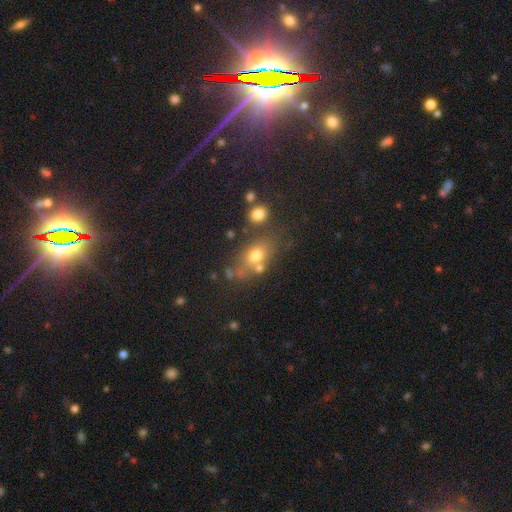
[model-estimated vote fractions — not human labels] Smooth or featured?
  - smooth: 67% *
  - featured or disk: 18%
  - star or artifact: 14%
How rounded?
  - in between: 64% *
  - round: 31%
  - cigar-shaped: 4%
Merging?
  - none: 57% *
  - merger: 20%
  - minor disturbance: 15%
  - major disturbance: 8%